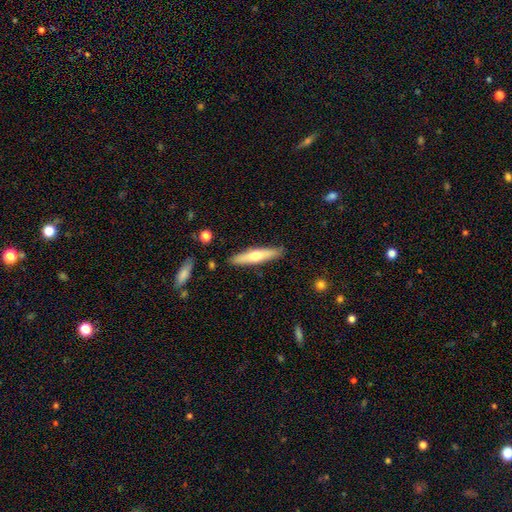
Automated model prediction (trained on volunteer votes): Q: Smooth or featured?
A: smooth (51%); runner-up: featured or disk (44%)
Q: How rounded?
A: cigar-shaped (84%); runner-up: in between (14%)
Q: Merging?
A: none (88%); runner-up: minor disturbance (9%)